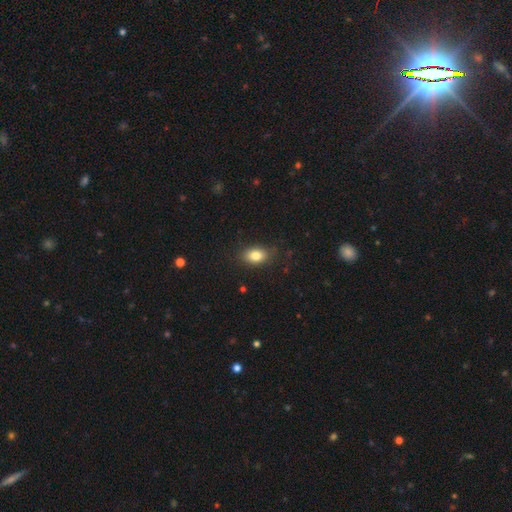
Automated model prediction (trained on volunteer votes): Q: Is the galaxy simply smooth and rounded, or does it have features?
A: smooth — 82%.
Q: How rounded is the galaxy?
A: in between — 83%.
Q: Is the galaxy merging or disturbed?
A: none — 83%.